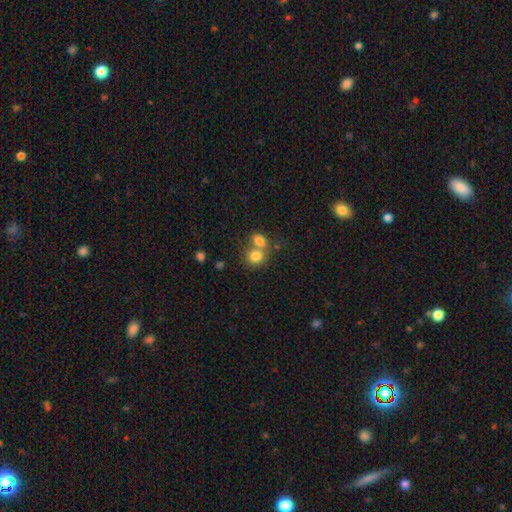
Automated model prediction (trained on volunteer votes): The model was most divided on "merging": merger: 55%, none: 34%, minor disturbance: 7%, major disturbance: 3%. More confident: smooth or featured — smooth (79%); how rounded — round (67%).